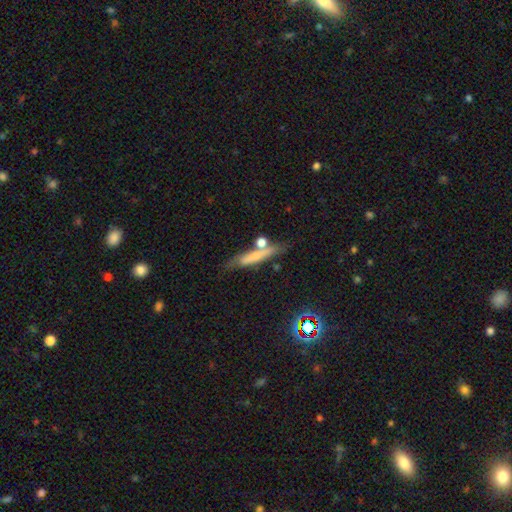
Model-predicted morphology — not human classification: Smooth or featured?
  - smooth: 55% *
  - featured or disk: 34%
  - star or artifact: 12%
How rounded?
  - cigar-shaped: 84% *
  - in between: 12%
  - round: 5%
Merging?
  - none: 64% *
  - minor disturbance: 17%
  - merger: 13%
  - major disturbance: 6%